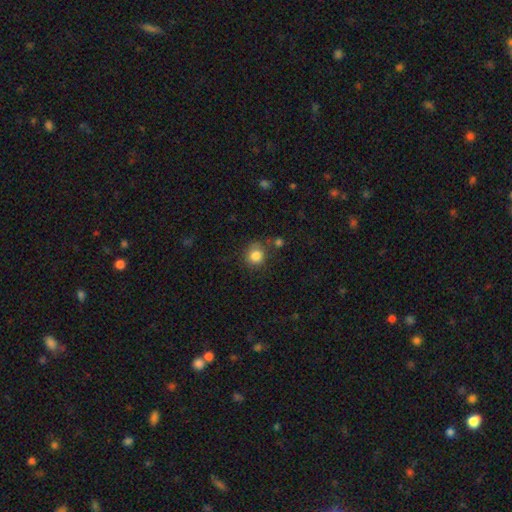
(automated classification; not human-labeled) Smooth or featured: smooth — 84% (star or artifact — 10%)
How rounded: round — 85% (in between — 14%)
Merging: none — 72% (minor disturbance — 16%)